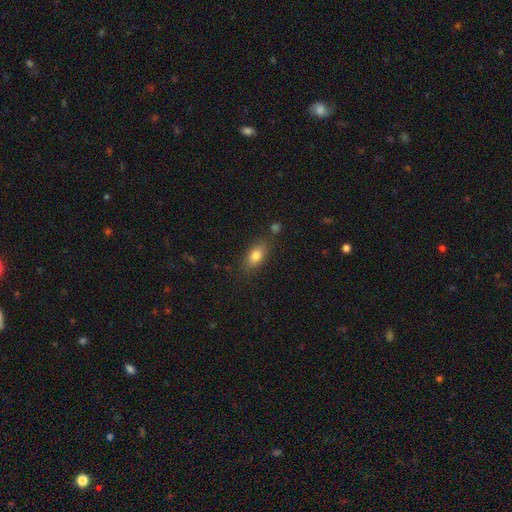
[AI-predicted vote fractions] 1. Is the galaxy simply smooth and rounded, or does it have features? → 80% smooth, 11% featured or disk, 9% star or artifact.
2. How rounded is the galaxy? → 84% in between, 9% round, 7% cigar-shaped.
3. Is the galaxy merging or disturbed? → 77% none, 14% minor disturbance, 5% merger, 4% major disturbance.